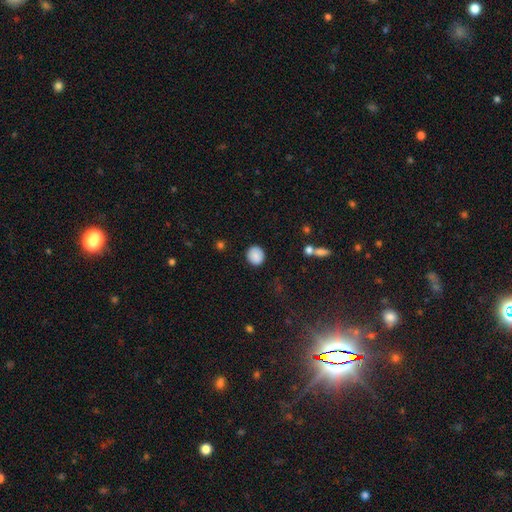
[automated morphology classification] type=smooth (87%); roundness=round (83%); merging=none (89%).